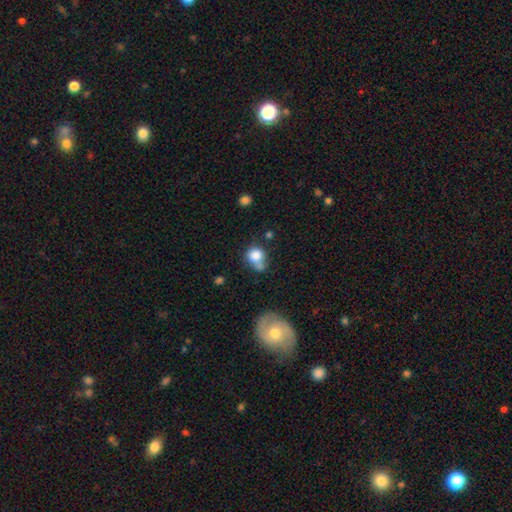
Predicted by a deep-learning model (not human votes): Smooth or featured?
  - smooth: 80% *
  - featured or disk: 10%
  - star or artifact: 10%
How rounded?
  - round: 71% *
  - in between: 28%
  - cigar-shaped: 1%
Merging?
  - none: 38% *
  - merger: 29%
  - minor disturbance: 21%
  - major disturbance: 12%